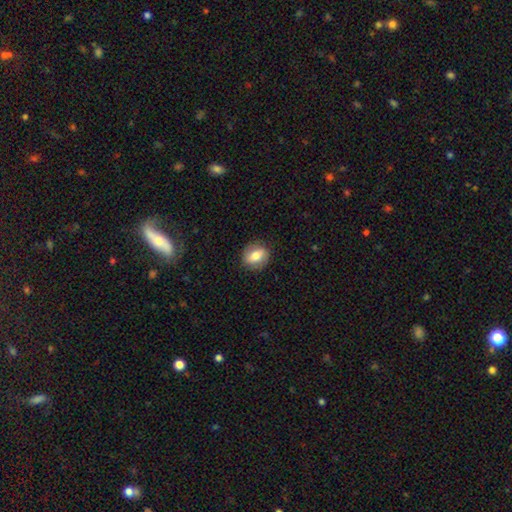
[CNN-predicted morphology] Q: Smooth or featured?
A: smooth (69%); runner-up: featured or disk (23%)
Q: How rounded?
A: round (56%); runner-up: in between (42%)
Q: Merging?
A: none (86%); runner-up: minor disturbance (10%)